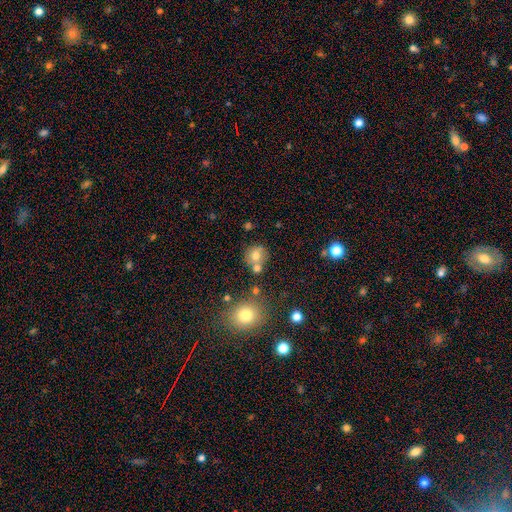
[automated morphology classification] This appears to be a smooth galaxy with no disk features (71%) that is round (86%). Merging: none (62%).